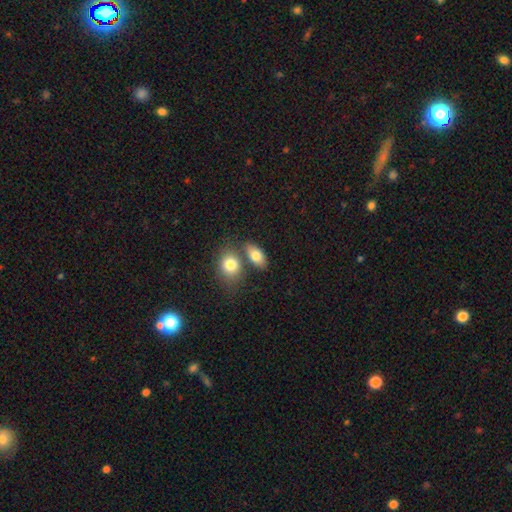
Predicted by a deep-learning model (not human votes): The model was most divided on "merging": none: 55%, merger: 30%, minor disturbance: 11%, major disturbance: 4%. More confident: how rounded — in between (85%); smooth or featured — smooth (79%).